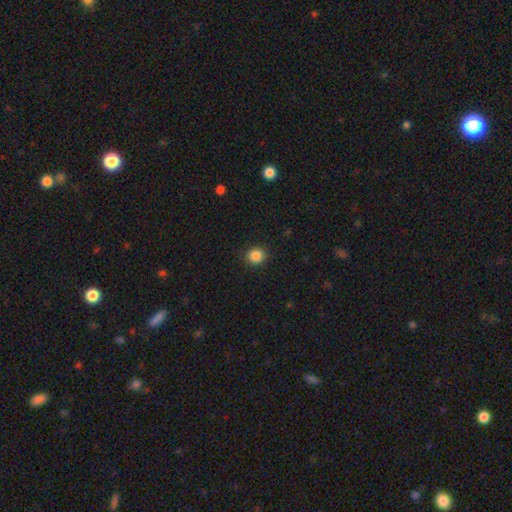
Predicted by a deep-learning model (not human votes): Morphology: type=smooth (86%); roundness=round (85%); merging=none (89%).